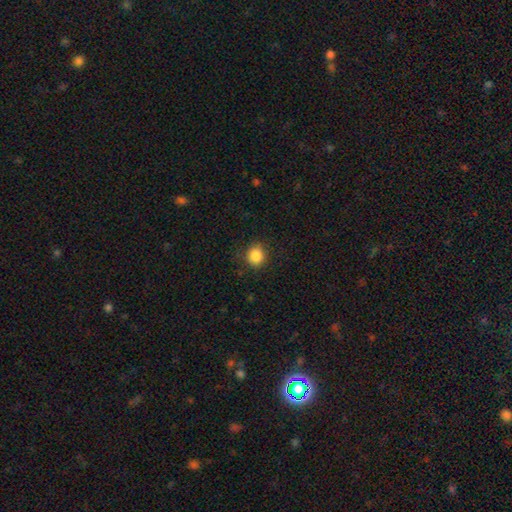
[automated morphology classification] The model was most divided on "how rounded": round: 79%, in between: 20%, cigar-shaped: 1%. More confident: merging — none (87%); smooth or featured — smooth (86%).